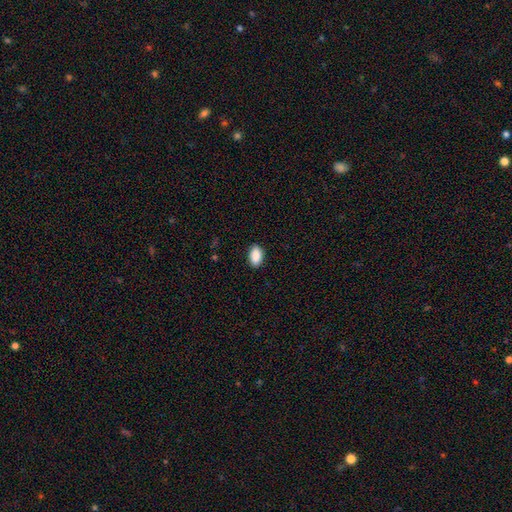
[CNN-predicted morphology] Q: Smooth or featured?
A: smooth (90%); runner-up: star or artifact (7%)
Q: How rounded?
A: in between (93%); runner-up: round (5%)
Q: Merging?
A: none (89%); runner-up: minor disturbance (8%)